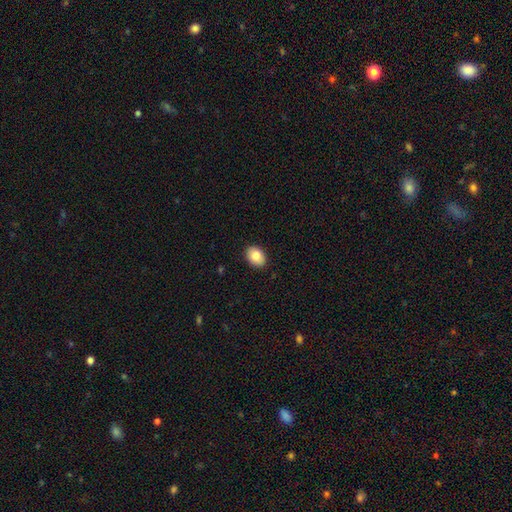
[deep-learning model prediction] Overall: smooth (85%). How rounded: in between (74%). Merging: none (89%).